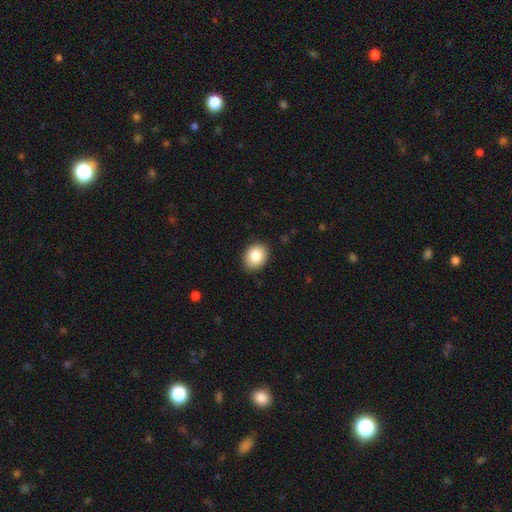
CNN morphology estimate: type=smooth (85%); roundness=in between (52%); merging=none (89%).